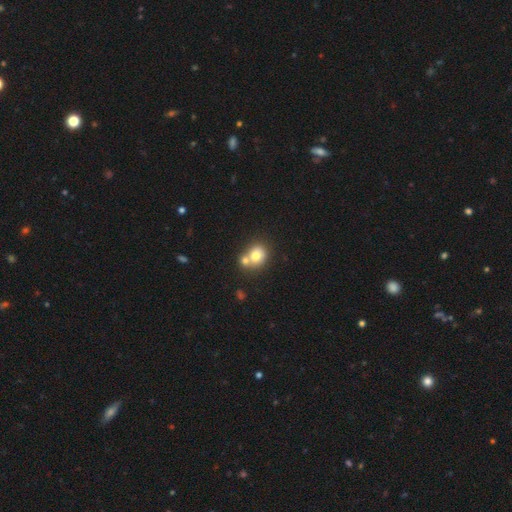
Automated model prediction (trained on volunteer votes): Smooth or featured: smooth — 74% (featured or disk — 16%)
How rounded: round — 70% (in between — 29%)
Merging: merger — 50% (none — 38%)